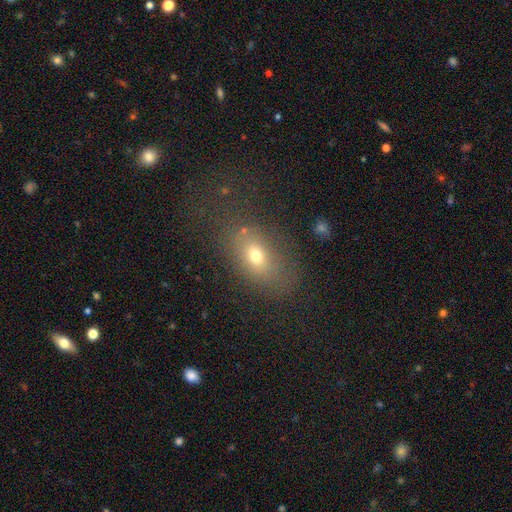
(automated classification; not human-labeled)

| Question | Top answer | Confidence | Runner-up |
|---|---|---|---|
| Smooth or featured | smooth | 69% | featured or disk (16%) |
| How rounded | in between | 77% | round (20%) |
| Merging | none | 66% | minor disturbance (17%) |